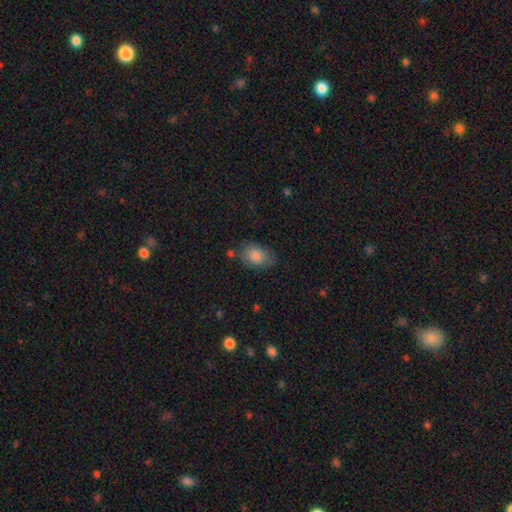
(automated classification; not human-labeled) Smooth or featured? smooth (83%)
How rounded? in between (83%)
Merging? none (71%)